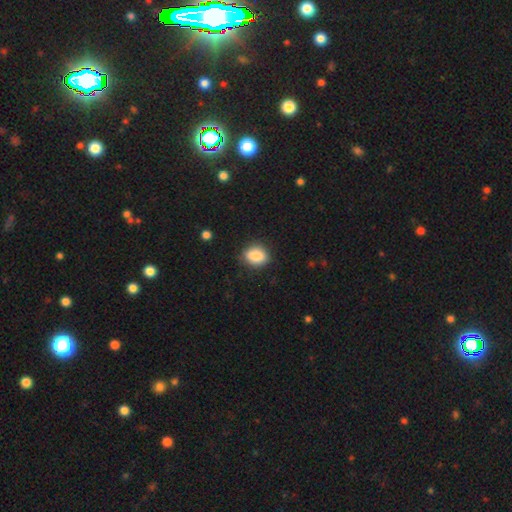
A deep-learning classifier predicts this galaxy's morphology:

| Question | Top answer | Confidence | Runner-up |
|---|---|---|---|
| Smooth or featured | smooth | 86% | star or artifact (8%) |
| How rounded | in between | 63% | round (35%) |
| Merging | none | 84% | minor disturbance (12%) |